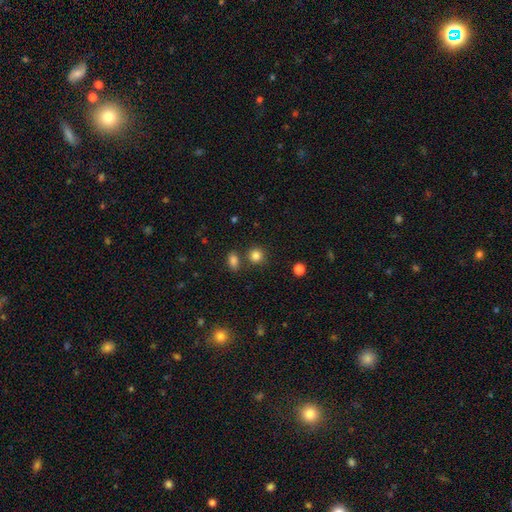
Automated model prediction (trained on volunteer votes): Smooth or featured? smooth (83%)
How rounded? round (86%)
Merging? none (75%)